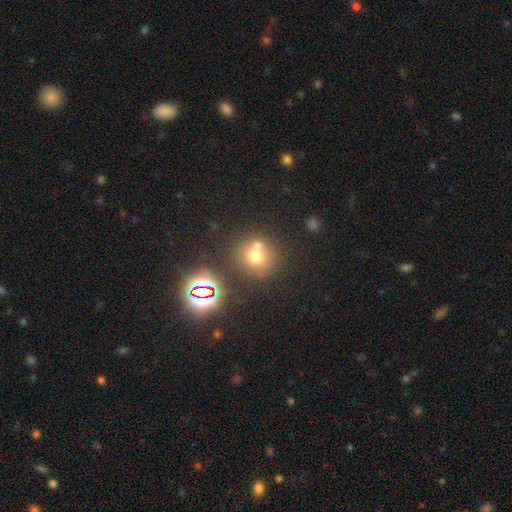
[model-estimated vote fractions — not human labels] Morphology: type=smooth (63%); roundness=round (86%); merging=none (57%).